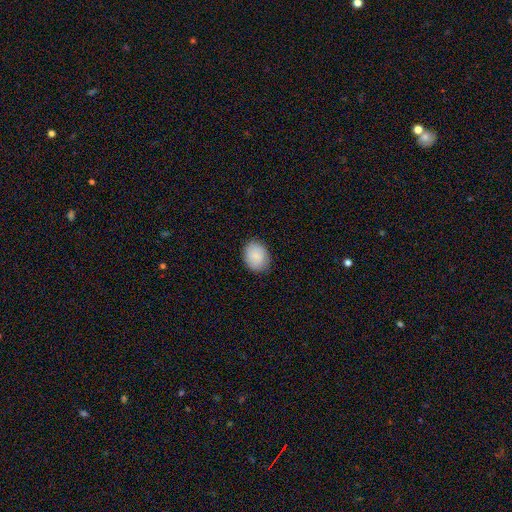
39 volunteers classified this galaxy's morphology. Smooth or featured?
  - smooth: 85% *
  - featured or disk: 13%
  - star or artifact: 3%
How rounded?
  - in between: 55% *
  - round: 45%
  - cigar-shaped: 0%
Merging?
  - none: 97% *
  - minor disturbance: 3%
  - major disturbance: 0%
  - merger: 0%